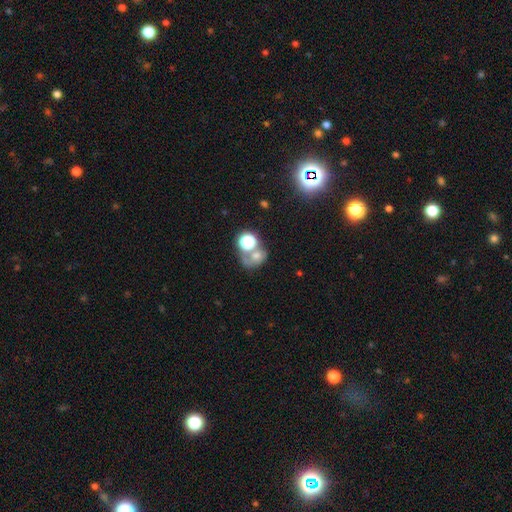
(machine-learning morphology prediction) Smooth or featured? smooth (46%)
Merging? merger (39%)